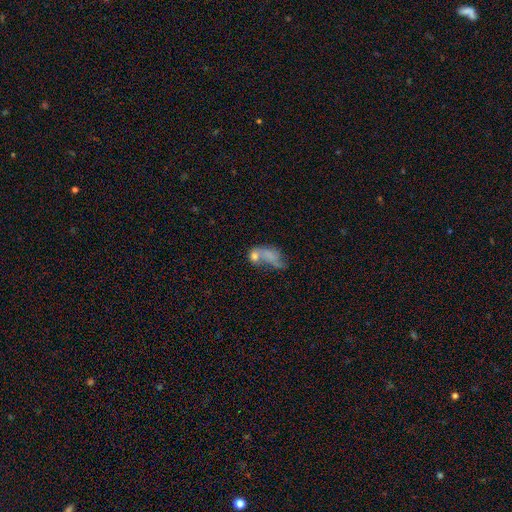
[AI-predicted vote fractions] A smooth galaxy with no disk features (50%) that is in between round and cigar-shaped (79%).

Vote fractions:
- Smooth or featured? smooth: 50% / featured or disk: 37% / star or artifact: 13%
- How rounded? in between: 79% / round: 16% / cigar-shaped: 5%
- Merging? merger: 45% / major disturbance: 24% / none: 18% / minor disturbance: 13%